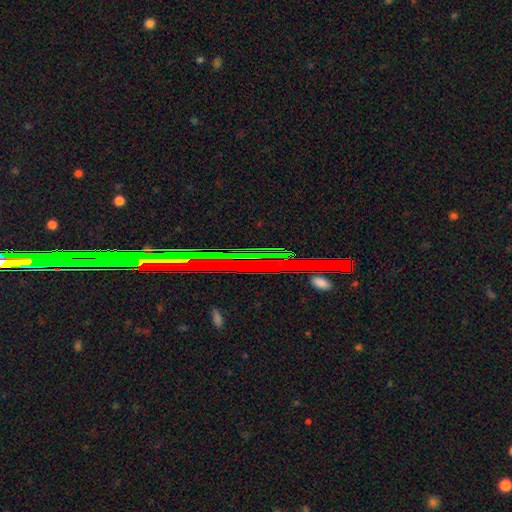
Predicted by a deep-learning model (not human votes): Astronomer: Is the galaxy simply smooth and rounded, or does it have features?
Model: star or artifact — 77%.